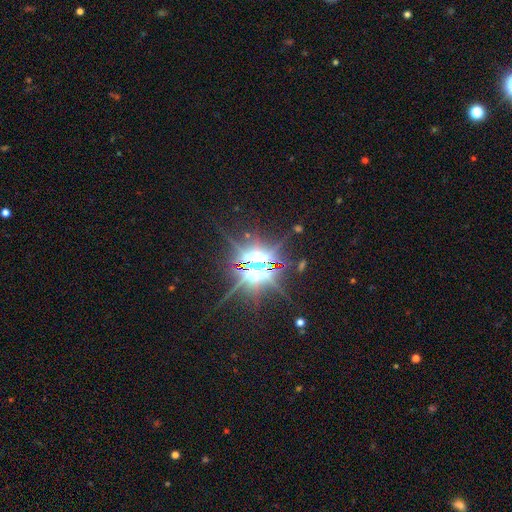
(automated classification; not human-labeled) smooth-or-featured: star or artifact: 74% | featured or disk: 19% | smooth: 7%